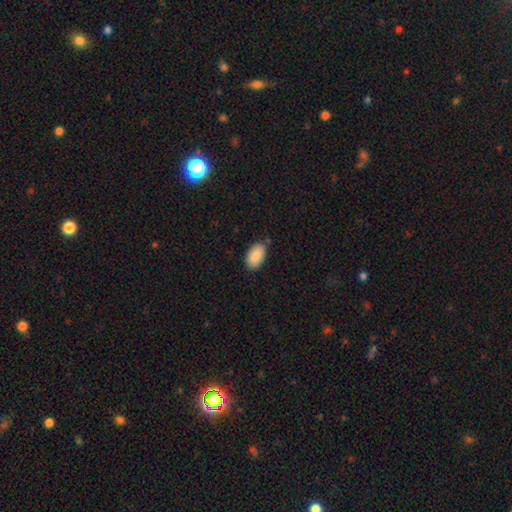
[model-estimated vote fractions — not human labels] Smooth or featured? smooth (89%)
How rounded? in between (95%)
Merging? none (80%)